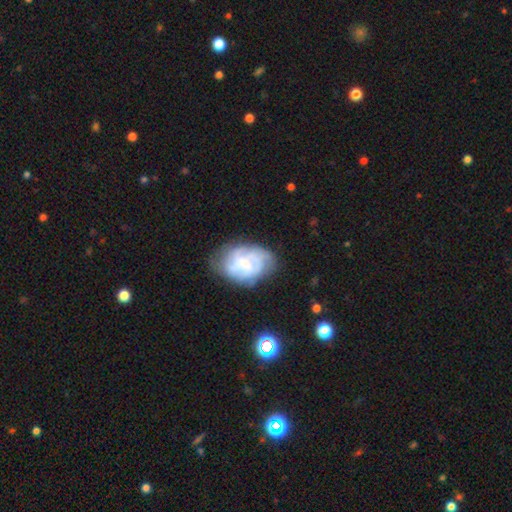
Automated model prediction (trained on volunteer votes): Smooth or featured? Predicted: featured or disk (p=0.61). Edge-on disk? Predicted: no (p=0.98). Bar? Predicted: no (p=0.62). Spiral arms? Predicted: yes (p=0.74). Bulge size? Predicted: none (p=0.38). Merging? Predicted: none (p=0.58).